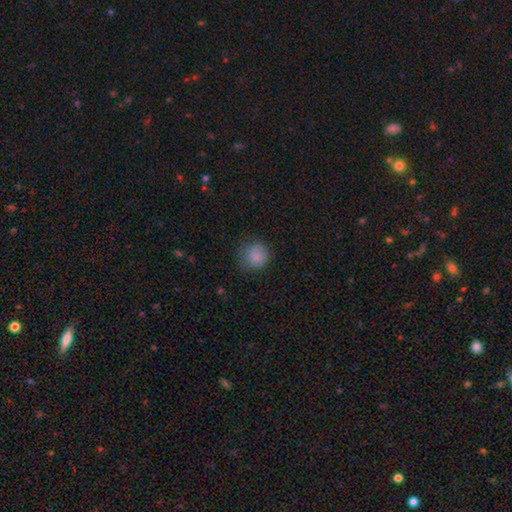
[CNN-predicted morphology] Smooth or featured: smooth — 84% (star or artifact — 10%)
How rounded: round — 85% (in between — 14%)
Merging: none — 70% (minor disturbance — 21%)